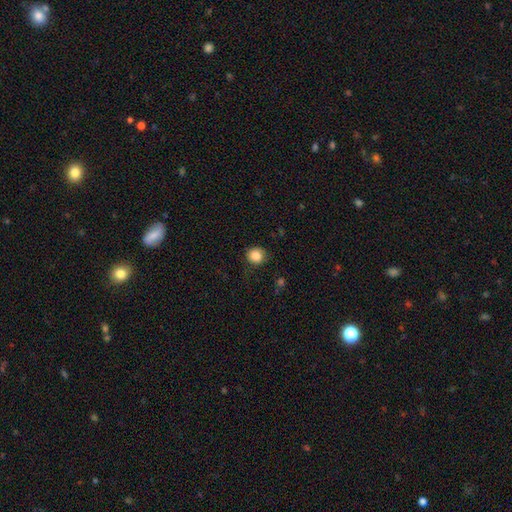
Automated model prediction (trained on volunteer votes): This is clearly a smooth galaxy (85%). How rounded: clearly round (89%). Merging: clearly none (83%).